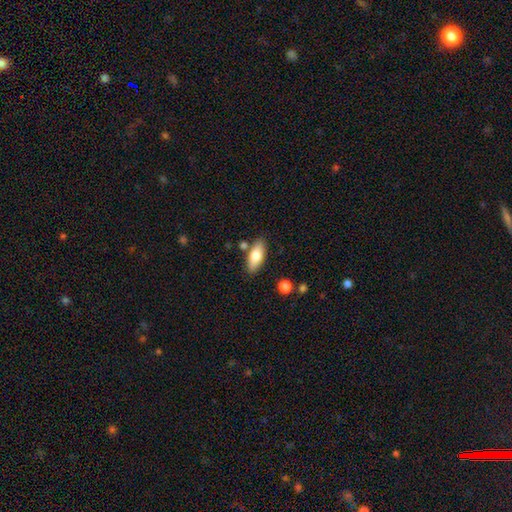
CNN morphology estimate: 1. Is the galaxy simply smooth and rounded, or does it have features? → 74% smooth, 20% featured or disk, 6% star or artifact.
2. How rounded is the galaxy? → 81% in between, 16% cigar-shaped, 3% round.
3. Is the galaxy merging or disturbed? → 81% none, 11% minor disturbance, 6% merger, 2% major disturbance.